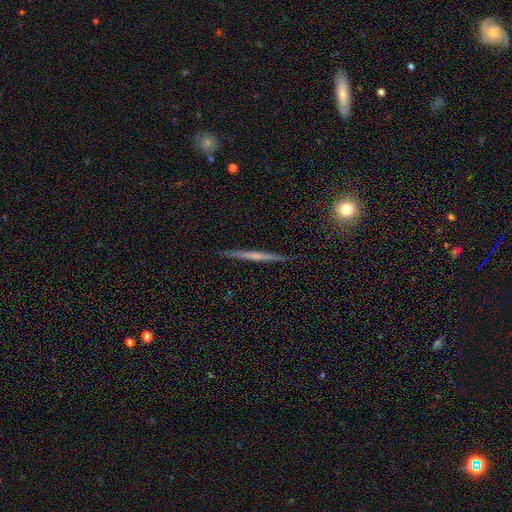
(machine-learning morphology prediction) smooth_or_featured: featured or disk (p=0.63) [alt: smooth p=0.31]
disk_edge_on: yes (p=0.97) [alt: no p=0.03]
edge_on_bulge: none (p=0.66) [alt: rounded p=0.28]
merging: none (p=0.90) [alt: minor disturbance p=0.07]